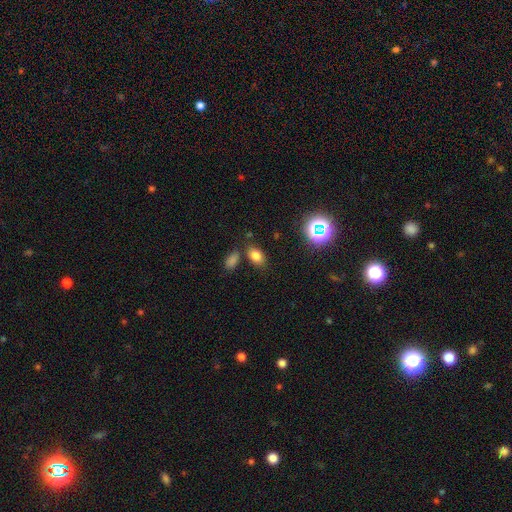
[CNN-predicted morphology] smooth_or_featured: smooth (p=0.76) [alt: star or artifact p=0.16]
how_rounded: in between (p=0.85) [alt: round p=0.13]
merging: none (p=0.74) [alt: minor disturbance p=0.12]